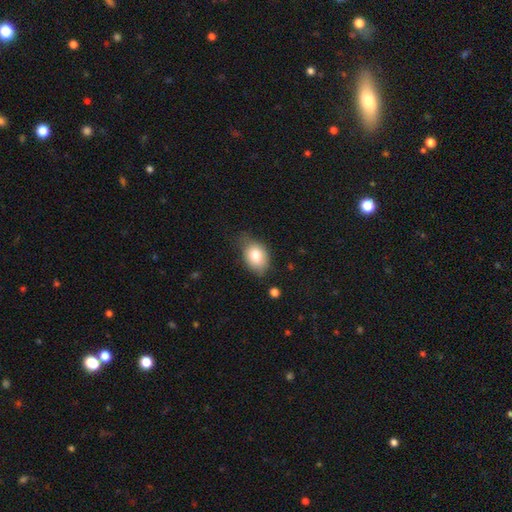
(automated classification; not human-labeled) Smooth or featured?
  - smooth: 78% *
  - featured or disk: 14%
  - star or artifact: 9%
How rounded?
  - in between: 74% *
  - round: 25%
  - cigar-shaped: 1%
Merging?
  - none: 56% *
  - minor disturbance: 34%
  - major disturbance: 8%
  - merger: 2%